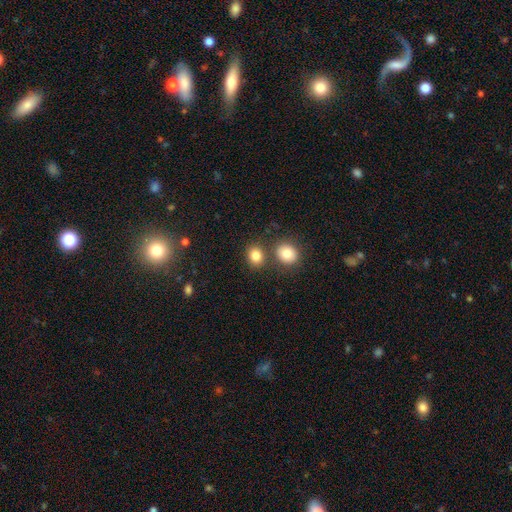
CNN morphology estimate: smooth-or-featured: smooth: 83% | star or artifact: 11% | featured or disk: 6%
  how-rounded: round: 63% | in between: 36% | cigar-shaped: 1%
  merging: none: 70% | merger: 19% | minor disturbance: 9% | major disturbance: 3%